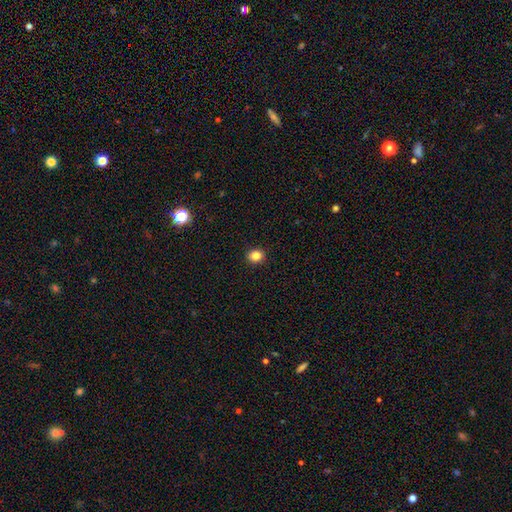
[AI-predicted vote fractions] This is clearly a smooth galaxy (84%). How rounded: likely round (78%). Merging: clearly none (92%).